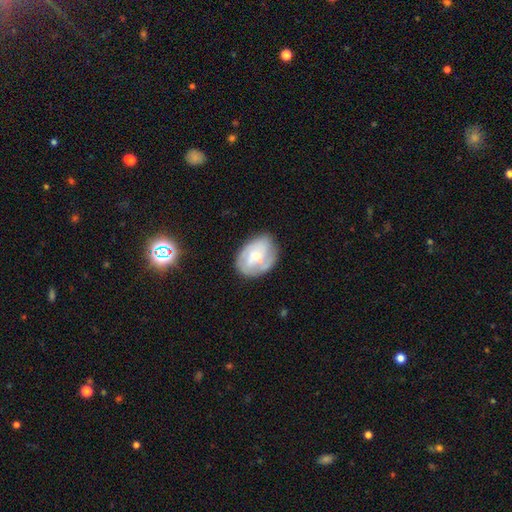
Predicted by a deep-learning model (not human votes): Smooth or featured? featured or disk (53%)
Edge-on disk? no (97%)
Bar? no (66%)
Spiral arms? yes (63%)
Bulge size? small (56%)
Merging? none (65%)